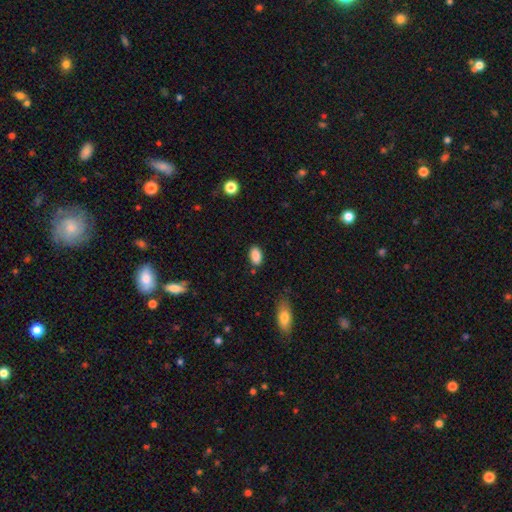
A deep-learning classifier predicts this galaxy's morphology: Smooth or featured? Predicted: smooth (p=0.88). How rounded? Predicted: in between (p=0.91). Merging? Predicted: none (p=0.84).